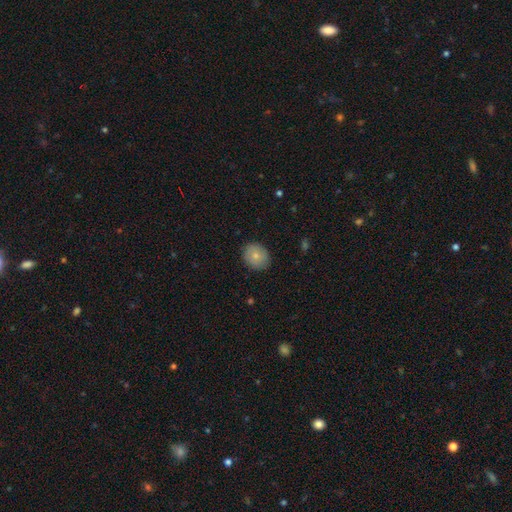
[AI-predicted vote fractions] Overall: smooth (79%). How rounded: round (62%; in between 37%). Merging: none (87%).